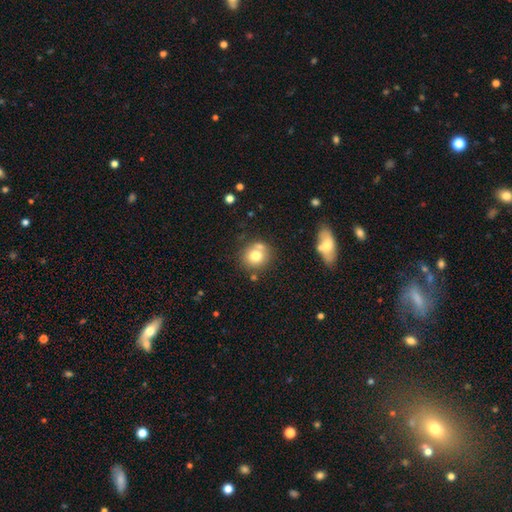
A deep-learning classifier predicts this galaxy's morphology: Smooth or featured? Predicted: smooth (p=0.75). How rounded? Predicted: round (p=0.84). Merging? Predicted: none (p=0.64).